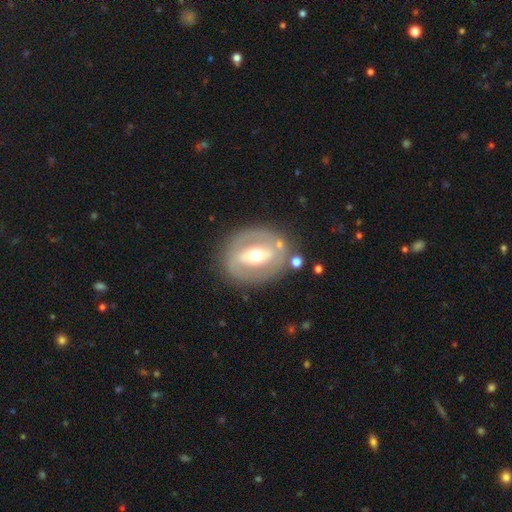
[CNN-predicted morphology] Smooth or featured: featured or disk — 68% (smooth — 26%)
Edge-on disk: no — 91% (yes — 9%)
Bar: strong — 52% (weak — 29%)
Spiral arms: no — 69% (yes — 31%)
Bulge size: moderate — 69% (small — 17%)
Merging: none — 78% (minor disturbance — 12%)